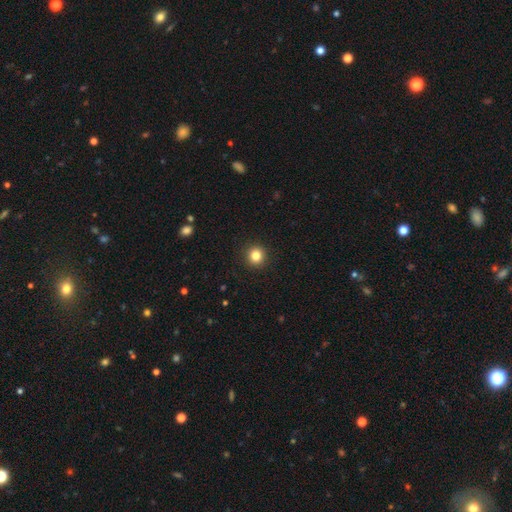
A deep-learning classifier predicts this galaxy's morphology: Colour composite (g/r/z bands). It shows a smooth galaxy with no disk features (83%) that is round (92%). Merging: none (93%).